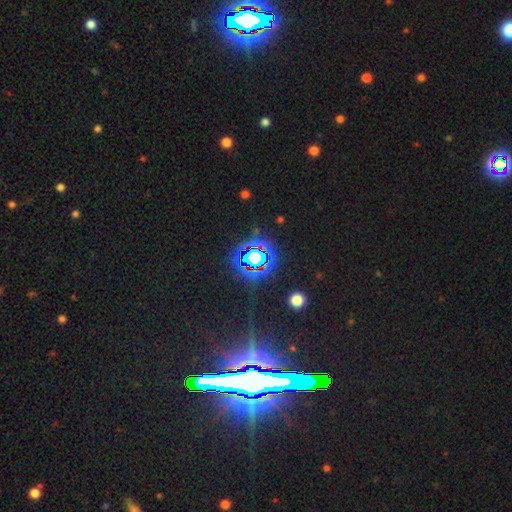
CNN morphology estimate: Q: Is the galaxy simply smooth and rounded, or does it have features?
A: star or artifact — 76%.